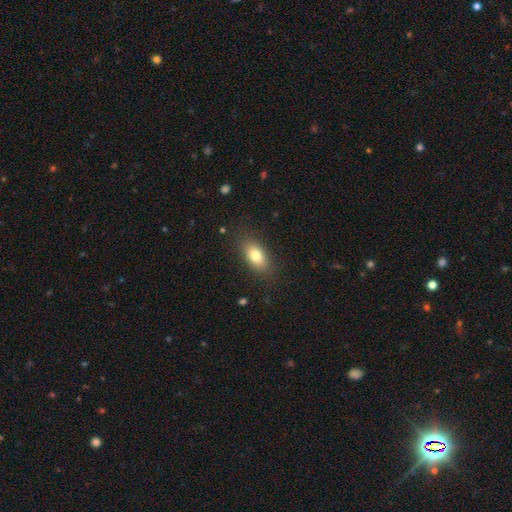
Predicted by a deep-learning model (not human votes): Smooth or featured?
  - smooth: 79% *
  - featured or disk: 12%
  - star or artifact: 8%
How rounded?
  - in between: 88% *
  - round: 7%
  - cigar-shaped: 4%
Merging?
  - none: 84% *
  - minor disturbance: 11%
  - major disturbance: 4%
  - merger: 1%